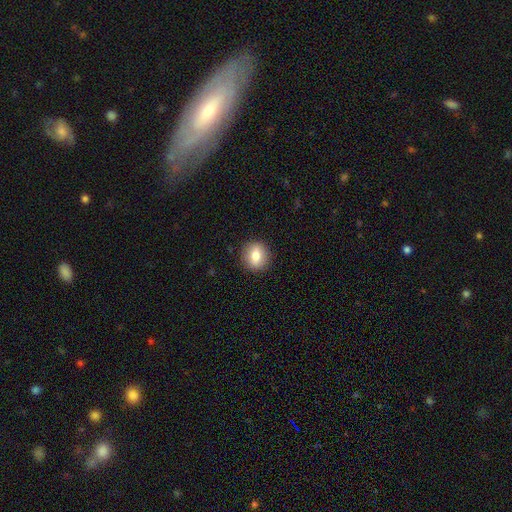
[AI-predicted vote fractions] smooth_or_featured: smooth (p=0.77) [alt: featured or disk p=0.14]
how_rounded: round (p=0.78) [alt: in between p=0.20]
merging: none (p=0.90) [alt: minor disturbance p=0.07]